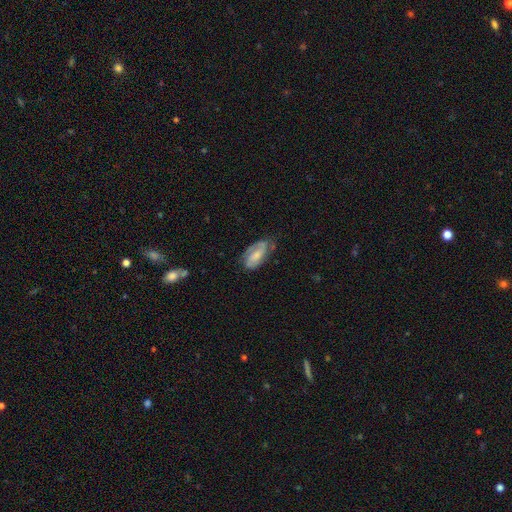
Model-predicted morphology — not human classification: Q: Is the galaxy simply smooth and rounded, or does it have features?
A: featured or disk — 64%.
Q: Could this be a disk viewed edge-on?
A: no — 94%.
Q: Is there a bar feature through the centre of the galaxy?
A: no — 45%.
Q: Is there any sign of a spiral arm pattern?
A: yes — 90%.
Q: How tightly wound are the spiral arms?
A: medium — 42%.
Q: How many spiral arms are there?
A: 2 — 71%.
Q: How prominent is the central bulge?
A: small — 42%.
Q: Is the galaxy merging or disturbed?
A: none — 62%.